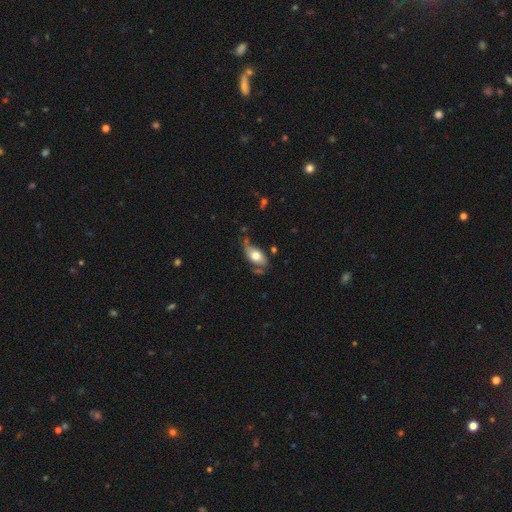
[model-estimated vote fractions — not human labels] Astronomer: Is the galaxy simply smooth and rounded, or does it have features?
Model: smooth — 62%.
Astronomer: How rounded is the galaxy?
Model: in between — 90%.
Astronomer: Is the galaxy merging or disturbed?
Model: none — 46% (runner-up: minor disturbance, 31%).